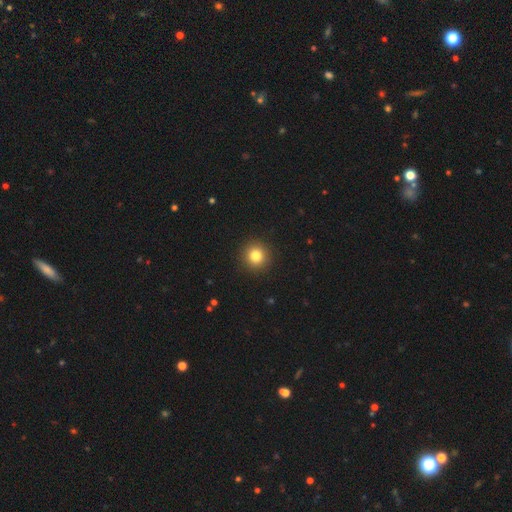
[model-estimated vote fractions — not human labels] Overall: smooth (81%). How rounded: round (94%). Merging: none (93%).